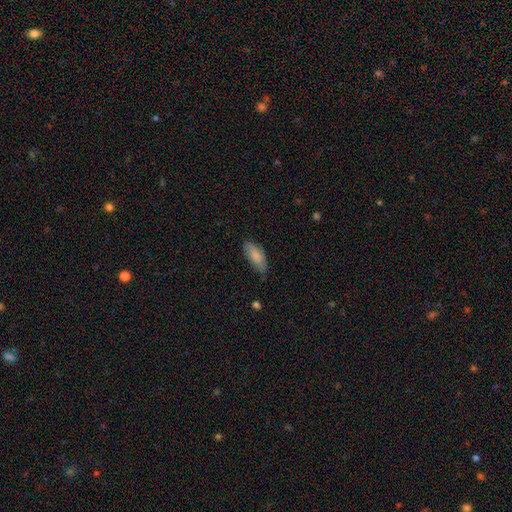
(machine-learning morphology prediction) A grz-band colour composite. It shows a smooth galaxy with no disk features (82%) that is in between round and cigar-shaped (78%). Merging: none (72%).